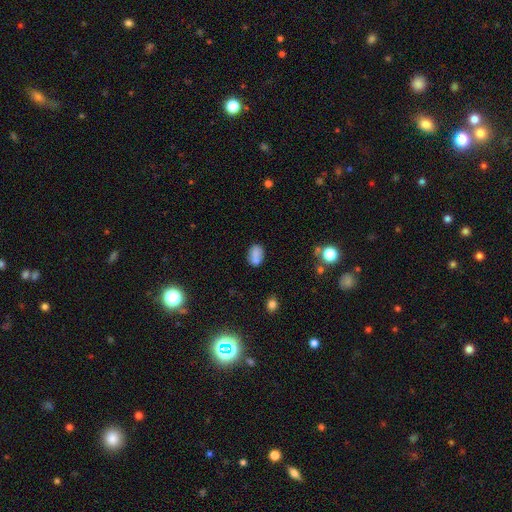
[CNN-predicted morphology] Smooth or featured? Predicted: smooth (p=0.76). How rounded? Predicted: in between (p=0.77). Merging? Predicted: none (p=0.56).